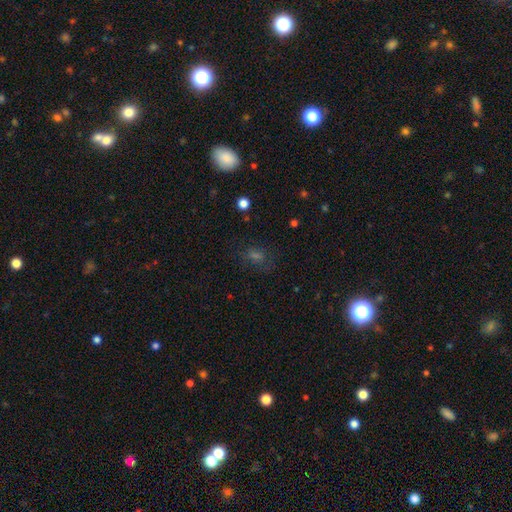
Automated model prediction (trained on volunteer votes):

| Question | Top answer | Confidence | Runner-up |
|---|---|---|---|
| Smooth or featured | smooth | 48% | star or artifact (35%) |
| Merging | none | 68% | minor disturbance (17%) |